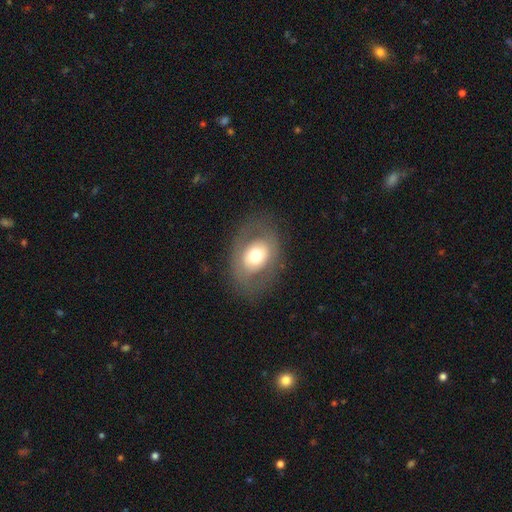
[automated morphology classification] Q: Smooth or featured?
A: smooth (53%); runner-up: featured or disk (39%)
Q: How rounded?
A: in between (66%); runner-up: round (33%)
Q: Merging?
A: none (77%); runner-up: minor disturbance (13%)